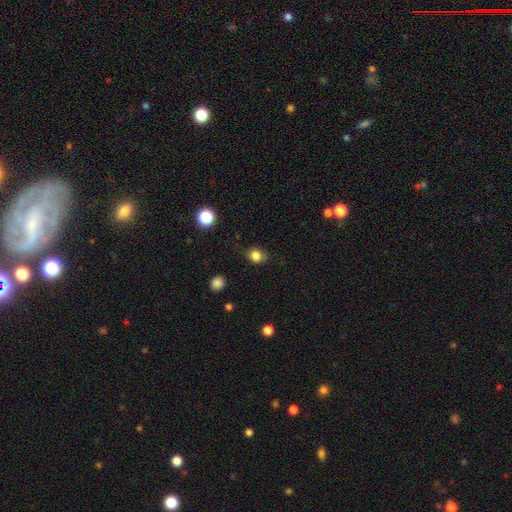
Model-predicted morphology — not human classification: The model was most divided on "how rounded": round: 63%, in between: 36%, cigar-shaped: 1%. More confident: smooth or featured — smooth (82%); merging — none (76%).